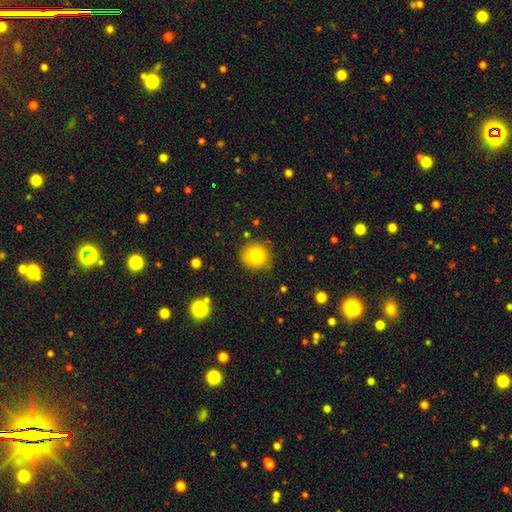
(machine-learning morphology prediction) smooth-or-featured: smooth: 78% | star or artifact: 11% | featured or disk: 11%
  how-rounded: round: 86% | in between: 13% | cigar-shaped: 1%
  merging: none: 82% | minor disturbance: 13% | major disturbance: 3% | merger: 2%